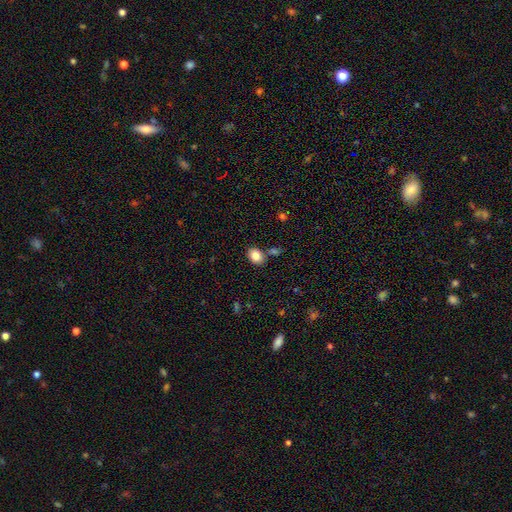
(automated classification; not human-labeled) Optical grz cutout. It shows a smooth galaxy with no disk features (85%) that is in between round and cigar-shaped (68%). Merging: none (74%).